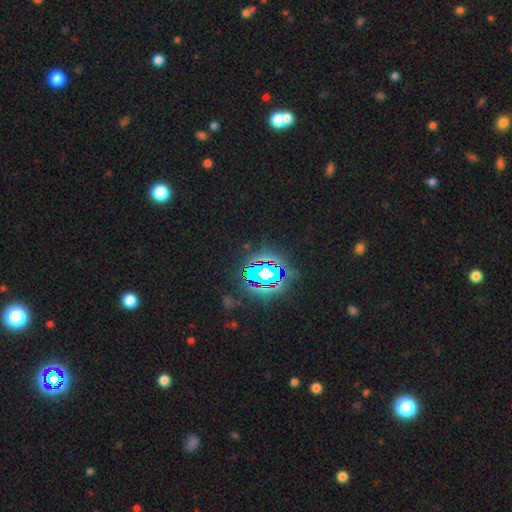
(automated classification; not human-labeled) The model was most divided on "smooth or featured": star or artifact: 83%, smooth: 10%, featured or disk: 7%.